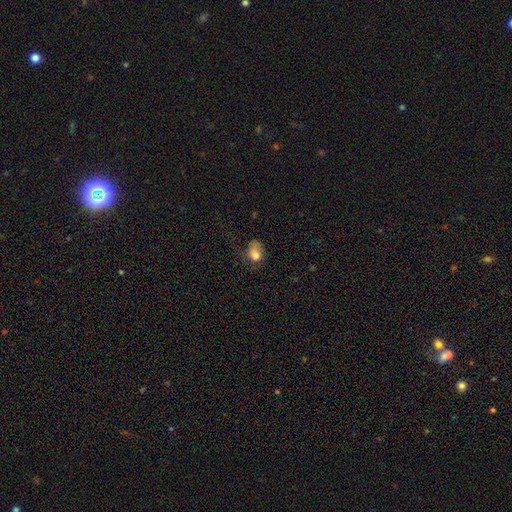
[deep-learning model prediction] Smooth or featured?
  - smooth: 76% *
  - featured or disk: 14%
  - star or artifact: 10%
How rounded?
  - in between: 67% *
  - round: 32%
  - cigar-shaped: 1%
Merging?
  - major disturbance: 39% *
  - none: 30%
  - minor disturbance: 28%
  - merger: 3%